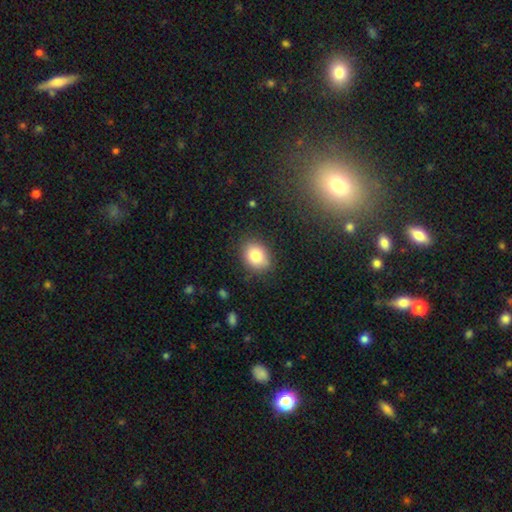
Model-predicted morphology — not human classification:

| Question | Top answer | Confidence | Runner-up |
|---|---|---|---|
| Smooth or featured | smooth | 83% | star or artifact (9%) |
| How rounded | in between | 65% | round (34%) |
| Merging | none | 82% | minor disturbance (13%) |